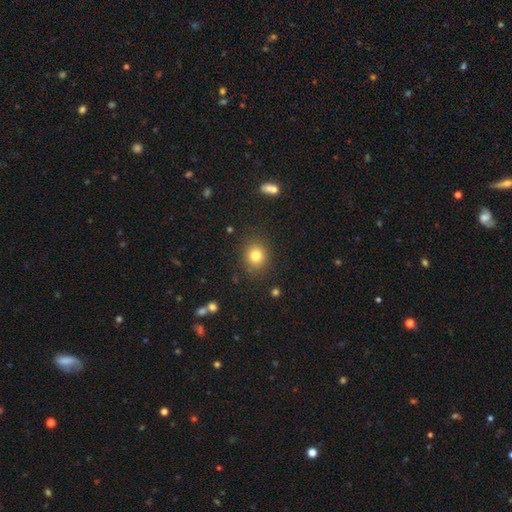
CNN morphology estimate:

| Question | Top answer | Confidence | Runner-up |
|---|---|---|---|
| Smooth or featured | smooth | 80% | star or artifact (12%) |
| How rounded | round | 78% | in between (21%) |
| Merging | none | 87% | minor disturbance (8%) |